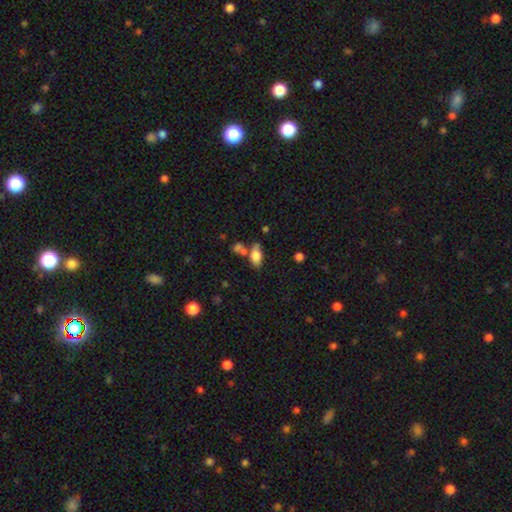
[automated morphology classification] Q: Smooth or featured?
A: smooth (77%); runner-up: featured or disk (14%)
Q: How rounded?
A: in between (87%); runner-up: round (6%)
Q: Merging?
A: none (49%); runner-up: merger (23%)